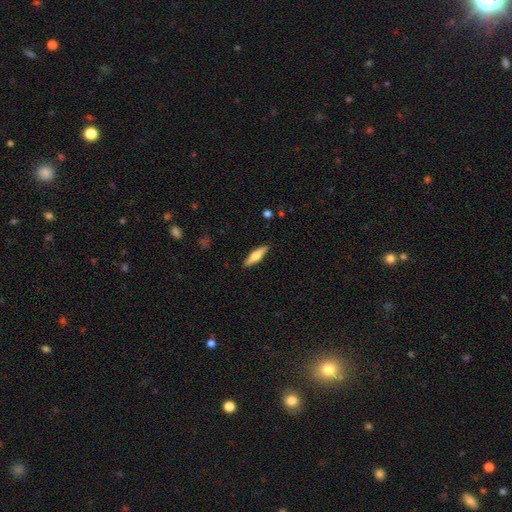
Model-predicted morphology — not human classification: This is possibly a smooth galaxy (52%). How rounded: likely cigar-shaped (66%). Merging: clearly none (89%).